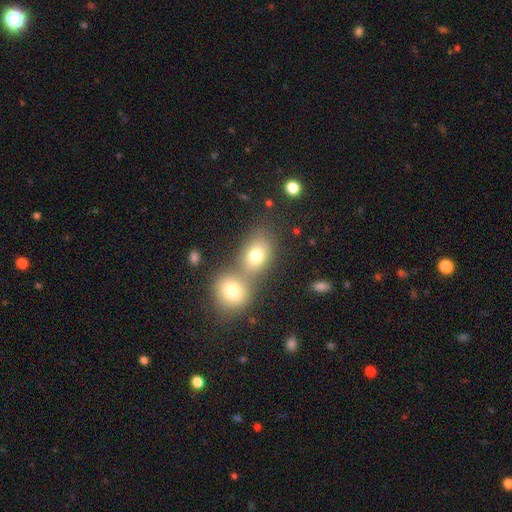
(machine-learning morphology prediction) Smooth or featured? Predicted: smooth (p=0.75). How rounded? Predicted: in between (p=0.59). Merging? Predicted: merger (p=0.47).